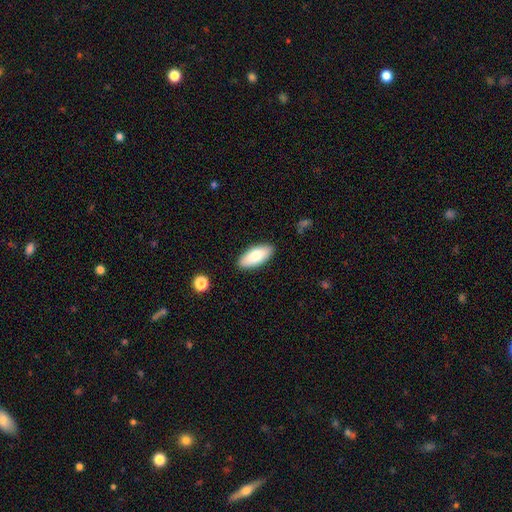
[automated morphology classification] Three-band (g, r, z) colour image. It shows a smooth galaxy with no disk features (78%) that is in between round and cigar-shaped (85%). Merging: none (88%).